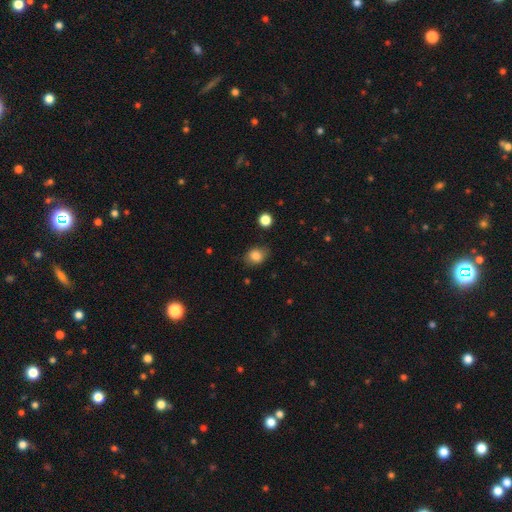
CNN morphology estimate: Smooth or featured: smooth — 84% (star or artifact — 10%)
How rounded: round — 51% (in between — 48%)
Merging: none — 79% (minor disturbance — 16%)